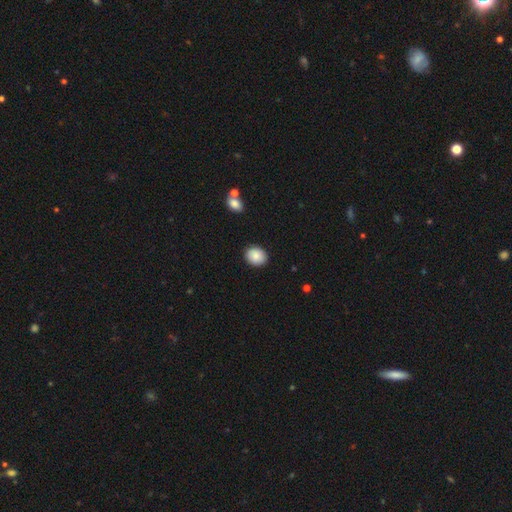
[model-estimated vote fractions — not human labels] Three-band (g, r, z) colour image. It shows a smooth galaxy with no disk features (87%) that is round (59%). Merging: none (89%).